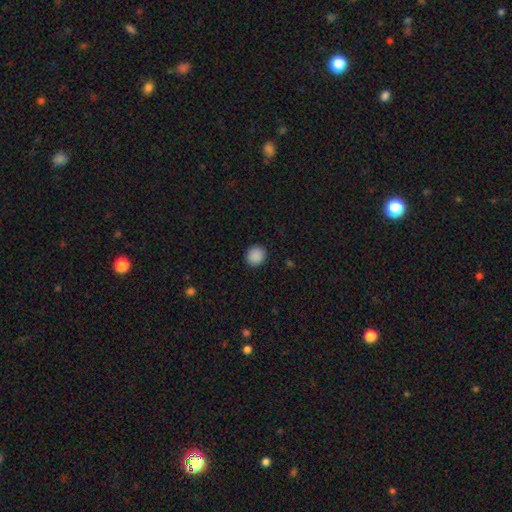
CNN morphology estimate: smooth_or_featured: smooth (p=0.89) [alt: star or artifact p=0.09]
how_rounded: round (p=0.85) [alt: in between p=0.14]
merging: none (p=0.91) [alt: minor disturbance p=0.06]